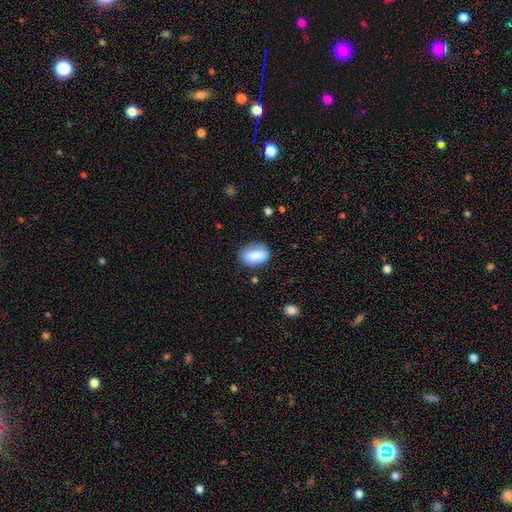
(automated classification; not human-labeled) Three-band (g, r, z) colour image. It shows a smooth galaxy with no disk features (84%) that is in between round and cigar-shaped (85%). Merging: none (69%).